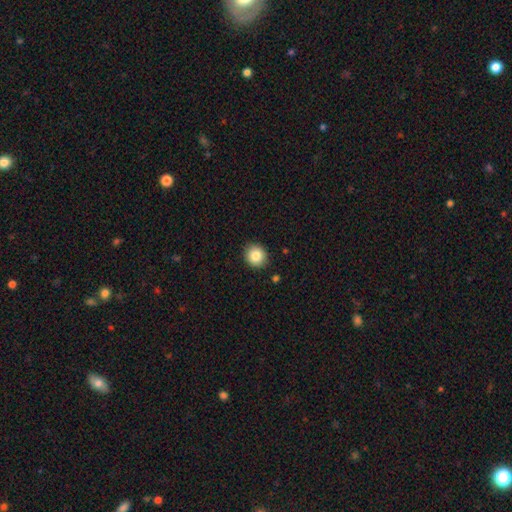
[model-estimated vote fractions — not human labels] This is clearly a smooth galaxy (85%). How rounded: clearly round (87%). Merging: clearly none (90%).